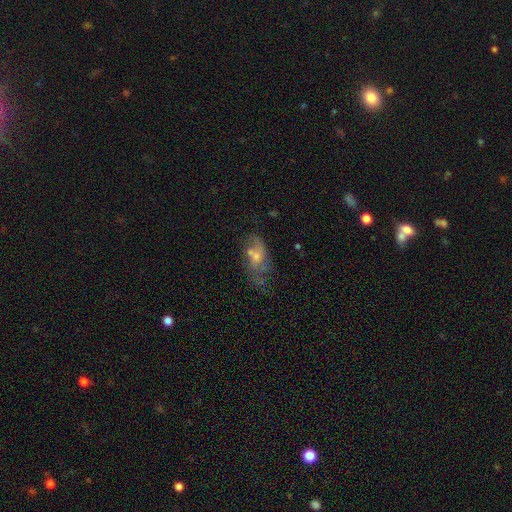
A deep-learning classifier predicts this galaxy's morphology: smooth_or_featured: featured or disk (p=0.57) [alt: smooth p=0.31]
disk_edge_on: no (p=0.93) [alt: yes p=0.07]
bar: no (p=0.70) [alt: weak p=0.26]
has_spiral_arms: yes (p=0.64) [alt: no p=0.36]
bulge_size: small (p=0.46) [alt: moderate p=0.40]
merging: none (p=0.45) [alt: minor disturbance p=0.23]